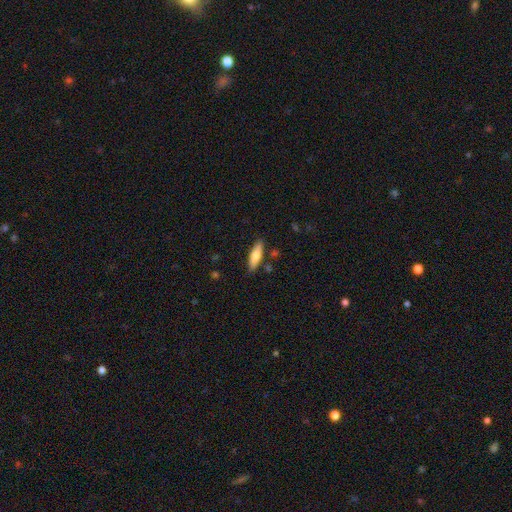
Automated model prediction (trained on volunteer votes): The model was most divided on "how rounded": cigar-shaped: 55%, in between: 43%, round: 2%. More confident: merging — none (83%); smooth or featured — smooth (70%).